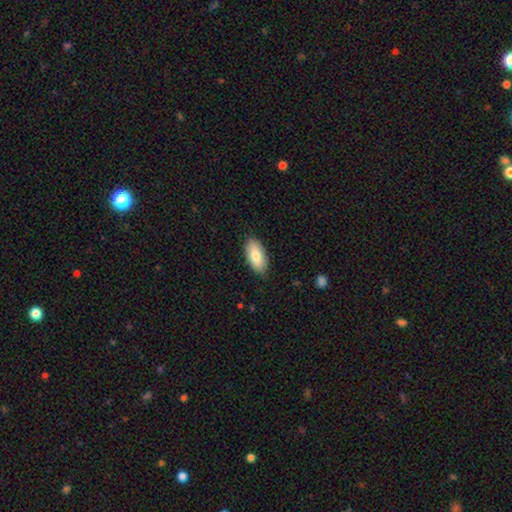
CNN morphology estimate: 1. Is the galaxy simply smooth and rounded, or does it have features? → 79% smooth, 15% featured or disk, 6% star or artifact.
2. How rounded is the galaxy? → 92% in between, 6% cigar-shaped, 2% round.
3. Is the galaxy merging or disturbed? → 87% none, 10% minor disturbance, 2% major disturbance, 1% merger.